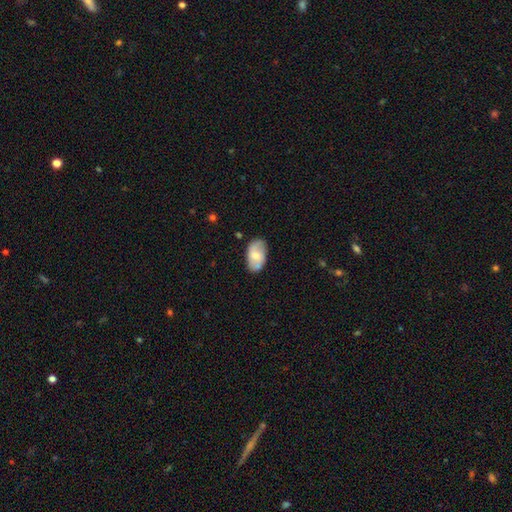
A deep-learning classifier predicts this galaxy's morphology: type=smooth (63%); roundness=in between (93%); merging=none (75%).